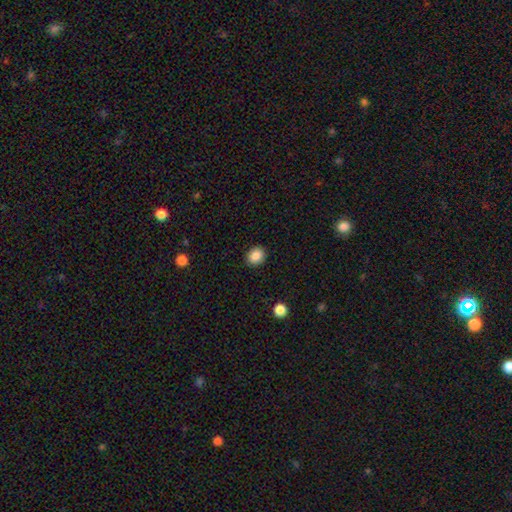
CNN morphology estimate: A smooth galaxy with no disk features (87%) that is round (67%). Merging: none (90%).